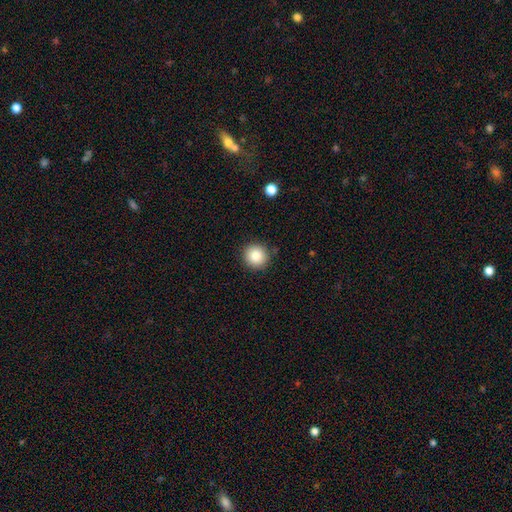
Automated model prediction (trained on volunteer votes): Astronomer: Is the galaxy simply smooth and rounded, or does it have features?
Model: smooth — 85%.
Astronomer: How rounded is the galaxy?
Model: round — 94%.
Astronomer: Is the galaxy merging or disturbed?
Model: none — 89%.